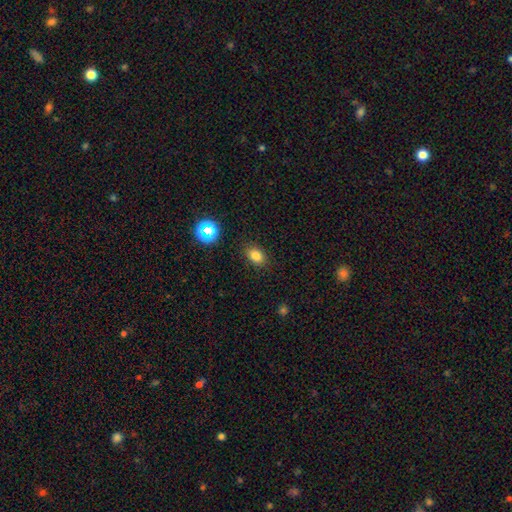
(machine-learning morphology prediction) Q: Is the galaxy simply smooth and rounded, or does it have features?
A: smooth — 80%.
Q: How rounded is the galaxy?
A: in between — 74%.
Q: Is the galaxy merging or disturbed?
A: none — 86%.